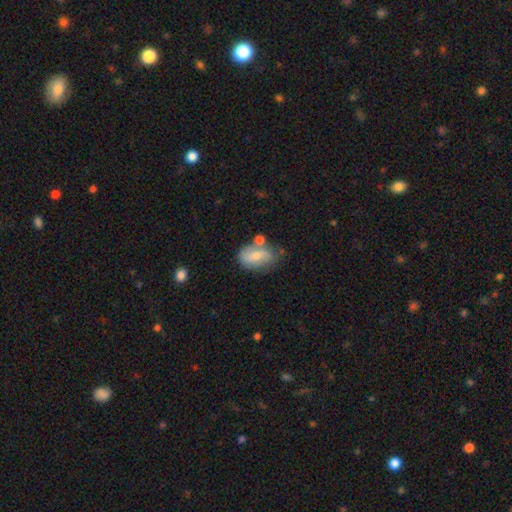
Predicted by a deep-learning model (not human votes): Morphology: type=smooth (57%); roundness=in between (85%); merging=none (52%).